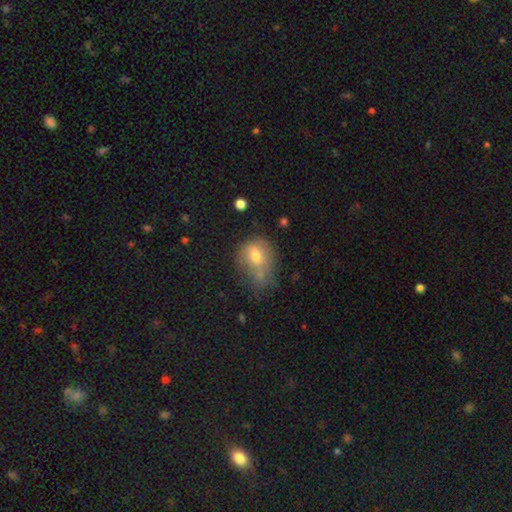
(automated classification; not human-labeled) Morphology: type=smooth (69%); roundness=round (57%); merging=none (35%).